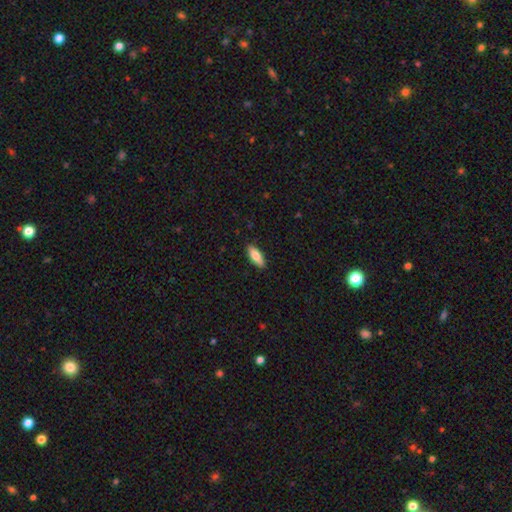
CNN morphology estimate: Smooth or featured?
  - smooth: 74% *
  - featured or disk: 20%
  - star or artifact: 6%
How rounded?
  - in between: 65% *
  - cigar-shaped: 32%
  - round: 2%
Merging?
  - none: 89% *
  - minor disturbance: 8%
  - major disturbance: 2%
  - merger: 1%